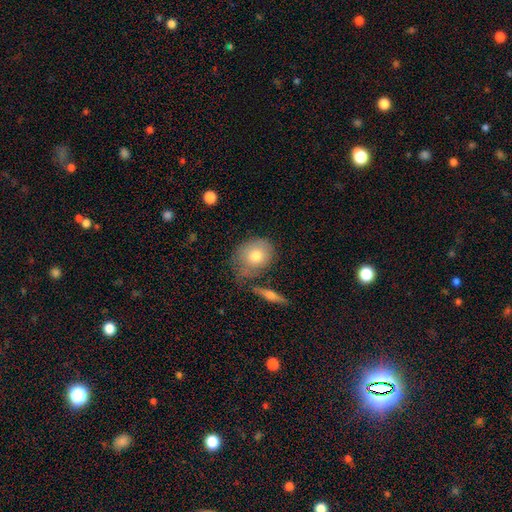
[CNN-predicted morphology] smooth-or-featured: smooth: 74% | featured or disk: 19% | star or artifact: 7%
  how-rounded: round: 54% | in between: 44% | cigar-shaped: 2%
  merging: none: 57% | minor disturbance: 24% | merger: 10% | major disturbance: 9%